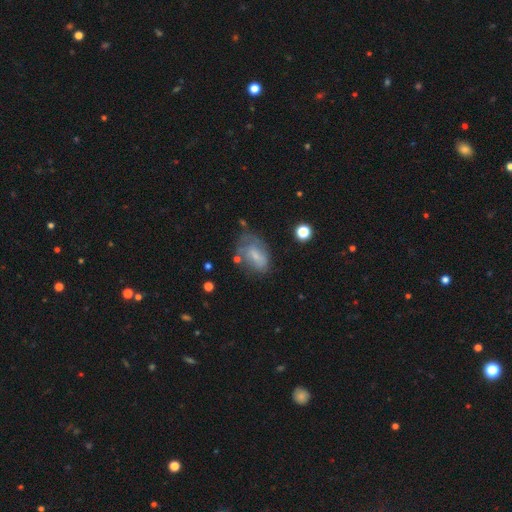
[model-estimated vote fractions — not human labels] Smooth or featured?
  - smooth: 46% *
  - featured or disk: 45%
  - star or artifact: 9%
Merging?
  - none: 43% *
  - minor disturbance: 30%
  - major disturbance: 22%
  - merger: 6%